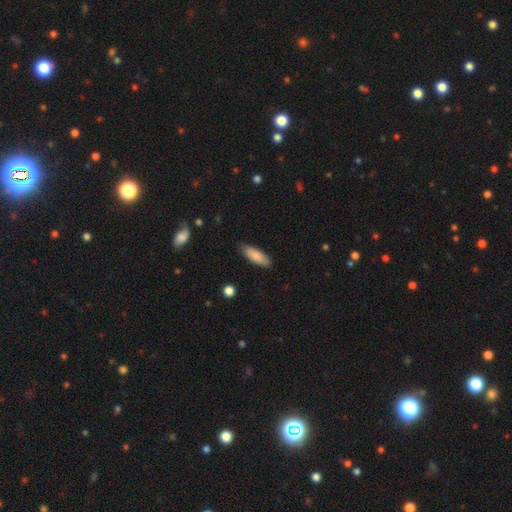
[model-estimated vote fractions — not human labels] Smooth or featured? smooth (85%)
How rounded? in between (60%)
Merging? none (84%)